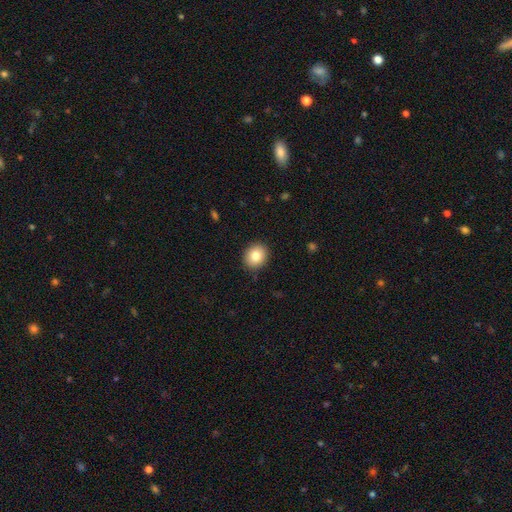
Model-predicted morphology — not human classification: Overall: smooth (82%). How rounded: round (75%). Merging: none (91%).